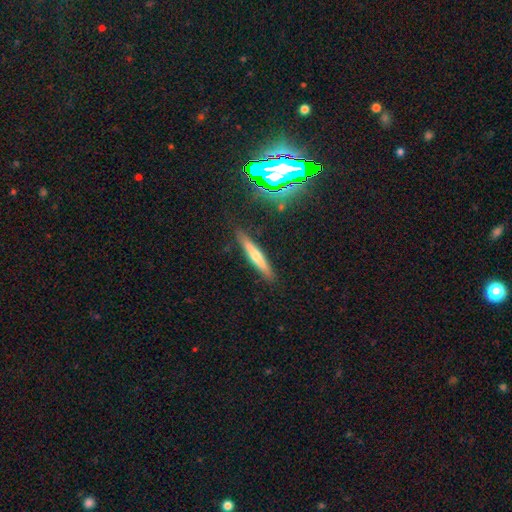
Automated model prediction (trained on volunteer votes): Overall: featured or disk (46%; smooth 42%). Merging: none (89%).